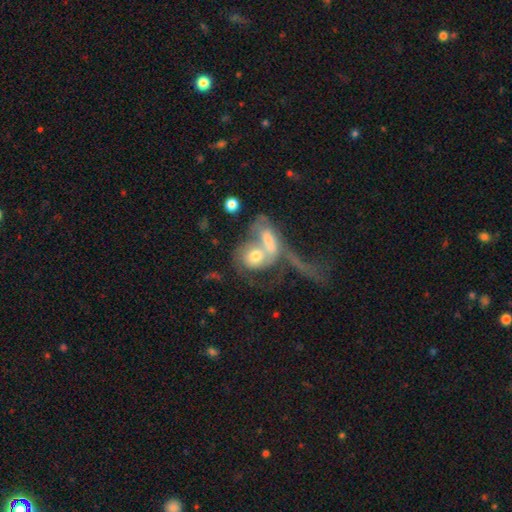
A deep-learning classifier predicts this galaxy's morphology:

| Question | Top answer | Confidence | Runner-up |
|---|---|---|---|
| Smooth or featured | featured or disk | 54% | smooth (38%) |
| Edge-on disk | no | 93% | yes (7%) |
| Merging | merger | 70% | major disturbance (16%) |